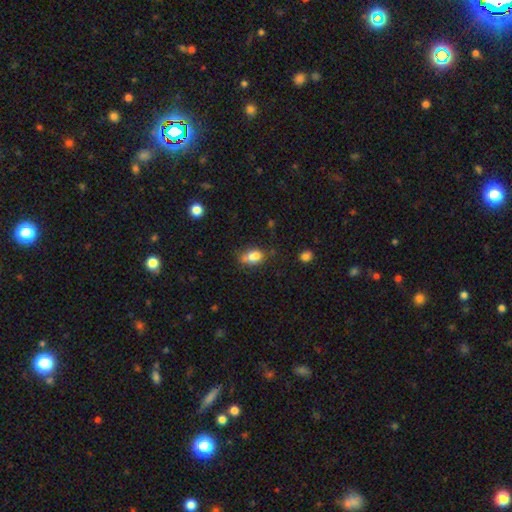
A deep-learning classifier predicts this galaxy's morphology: Overall: smooth (76%). How rounded: in between (81%). Merging: none (41%; minor disturbance 26%).